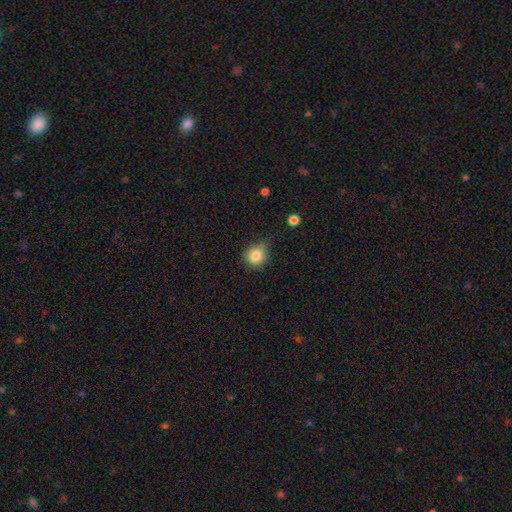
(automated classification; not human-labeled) This appears to be a smooth galaxy with no disk features (82%) that is round (87%). Merging: none (66%).